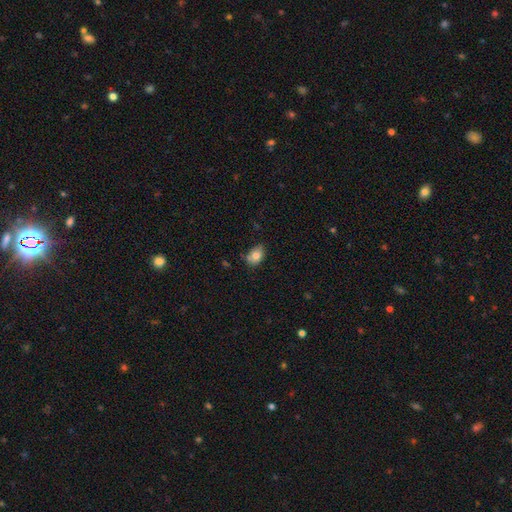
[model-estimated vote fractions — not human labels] This appears to be a smooth galaxy with no disk features (81%) that is in between round and cigar-shaped (83%). Merging: none (67%).